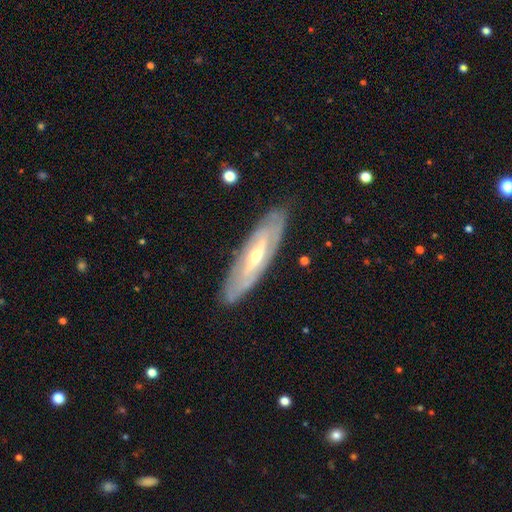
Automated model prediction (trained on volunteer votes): Smooth or featured: featured or disk — 77% (smooth — 17%)
Edge-on disk: no — 64% (yes — 36%)
Merging: none — 85% (minor disturbance — 11%)